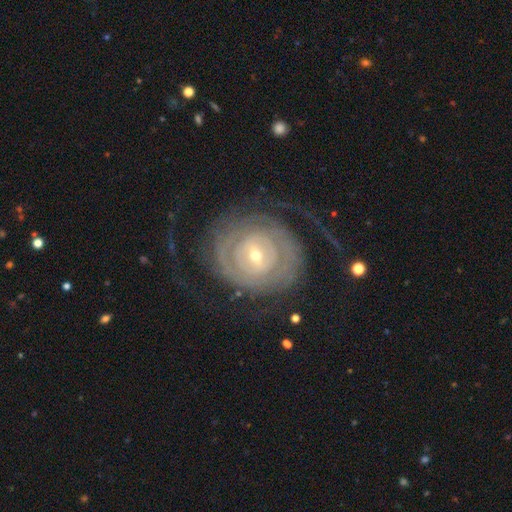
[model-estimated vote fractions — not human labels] The model was most divided on "bar": weak: 41%, no: 40%, strong: 19%. Remaining: edge-on disk — no (97%); spiral arms — yes (88%); smooth or featured — featured or disk (85%); spiral winding — tight (78%); bulge size — small (68%); merging — none (67%); spiral arm count — can't tell (38%).